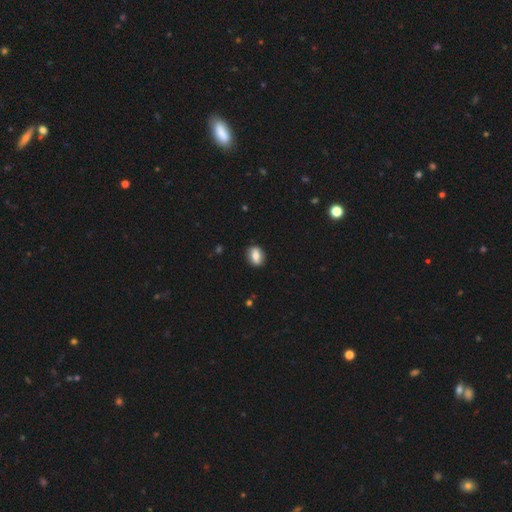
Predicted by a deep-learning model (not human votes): smooth_or_featured: smooth (p=0.68) [alt: featured or disk p=0.24]
how_rounded: in between (p=0.65) [alt: round p=0.33]
merging: none (p=0.88) [alt: minor disturbance p=0.09]